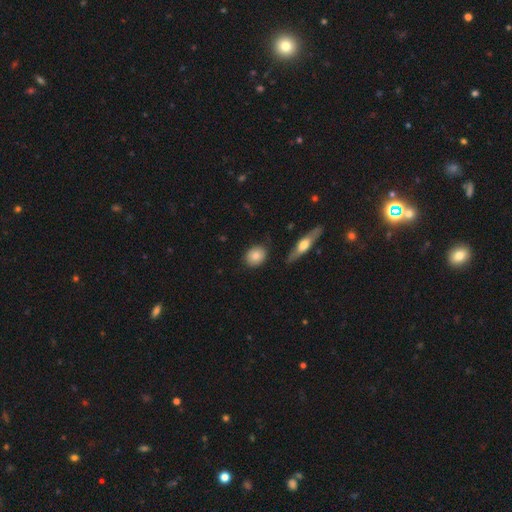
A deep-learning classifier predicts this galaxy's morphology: Smooth or featured? Predicted: smooth (p=0.82). How rounded? Predicted: round (p=0.62). Merging? Predicted: none (p=0.82).